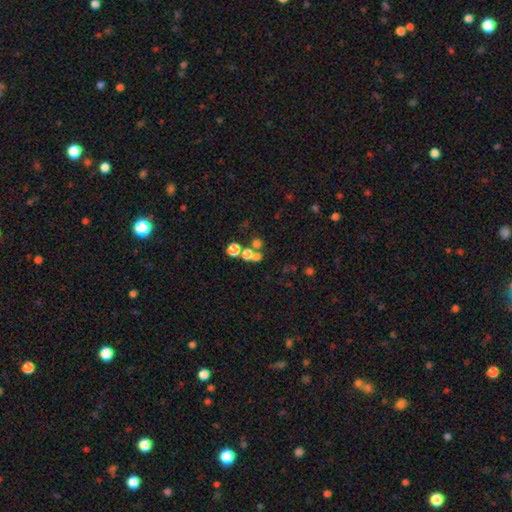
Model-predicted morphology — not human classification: Q: Smooth or featured?
A: smooth (45%); runner-up: star or artifact (39%)
Q: Merging?
A: none (52%); runner-up: merger (35%)